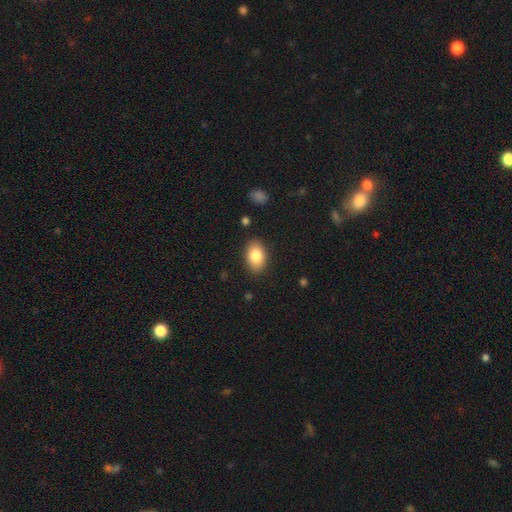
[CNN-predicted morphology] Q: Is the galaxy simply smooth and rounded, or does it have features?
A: smooth — 83%.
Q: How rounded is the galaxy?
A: in between — 88%.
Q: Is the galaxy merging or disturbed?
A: none — 86%.